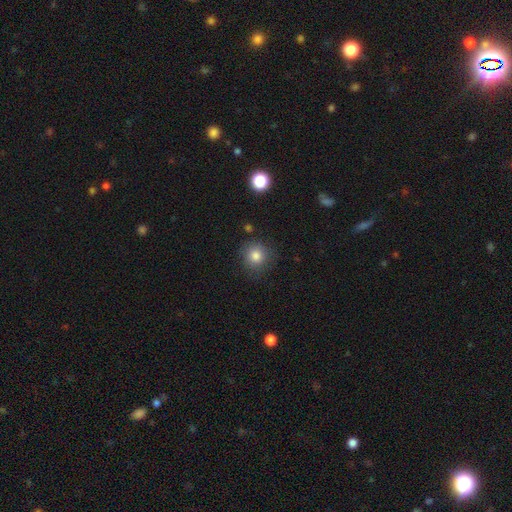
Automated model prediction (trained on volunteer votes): Smooth or featured? Predicted: smooth (p=0.82). How rounded? Predicted: round (p=0.90). Merging? Predicted: none (p=0.82).